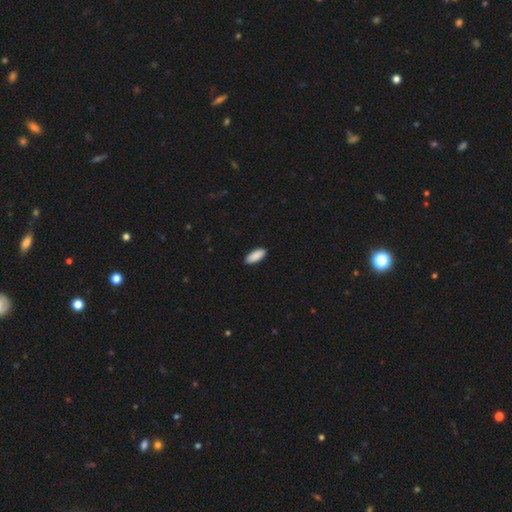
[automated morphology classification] A smooth galaxy with no disk features (91%) that is in between round and cigar-shaped (82%). Merging: none (91%).